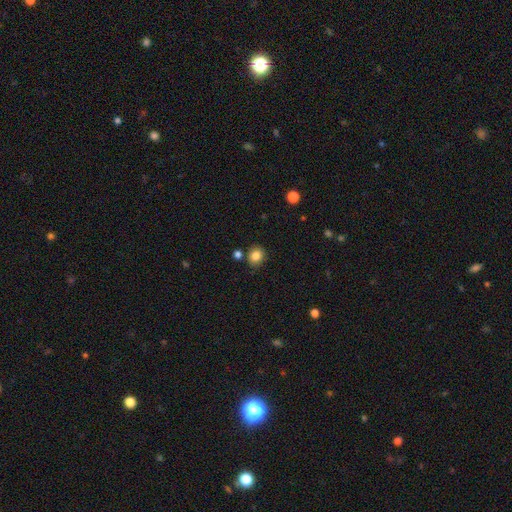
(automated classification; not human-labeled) smooth 85%, star or artifact 11%, featured or disk 4%. Down the decision tree: how rounded — round (75%); merging — none (81%).